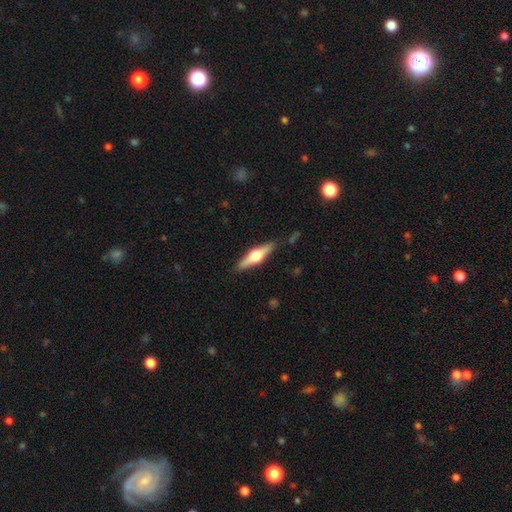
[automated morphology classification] Overall: featured or disk (63%; smooth 32%). Edge-on disk: yes (96%). Edge-on bulge: rounded (94%). Merging: none (87%).